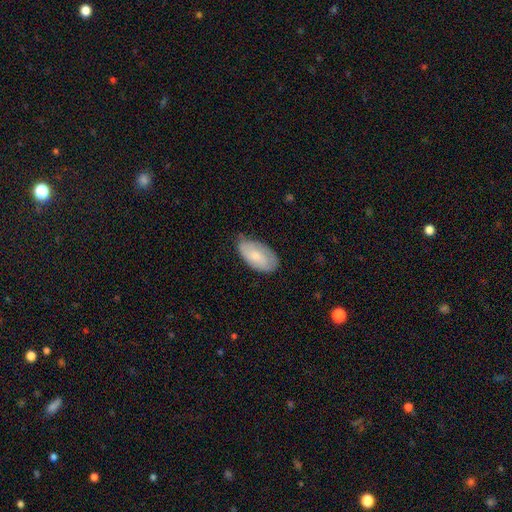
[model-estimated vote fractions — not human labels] This is likely a smooth galaxy (62%). How rounded: clearly in between (94%). Merging: likely none (62%).